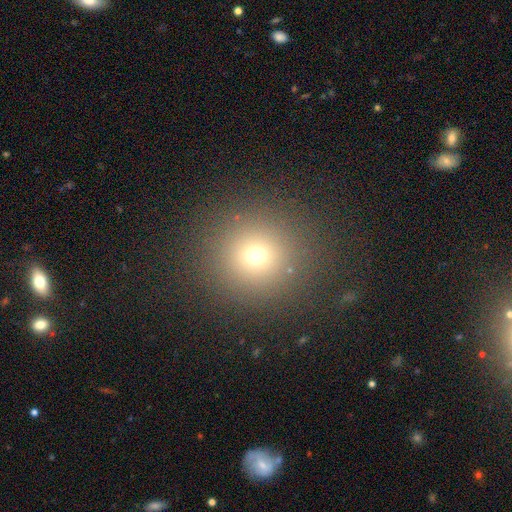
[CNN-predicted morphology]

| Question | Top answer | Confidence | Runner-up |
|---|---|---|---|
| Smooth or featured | smooth | 69% | star or artifact (21%) |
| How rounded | round | 94% | in between (5%) |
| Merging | none | 88% | minor disturbance (6%) |